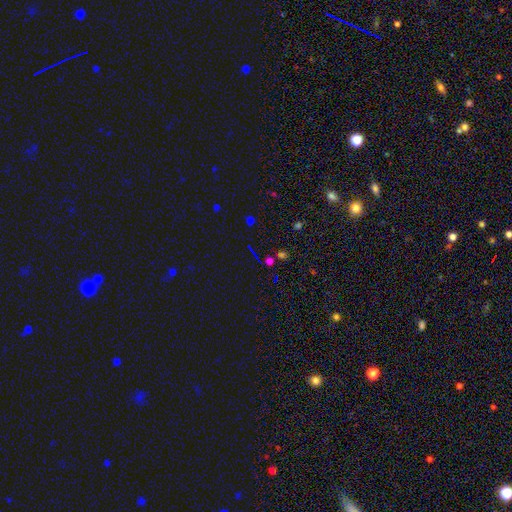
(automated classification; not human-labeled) A star or artifact, not a galaxy (66%).

Vote fractions:
- Smooth or featured? star or artifact: 66% / smooth: 21% / featured or disk: 13%